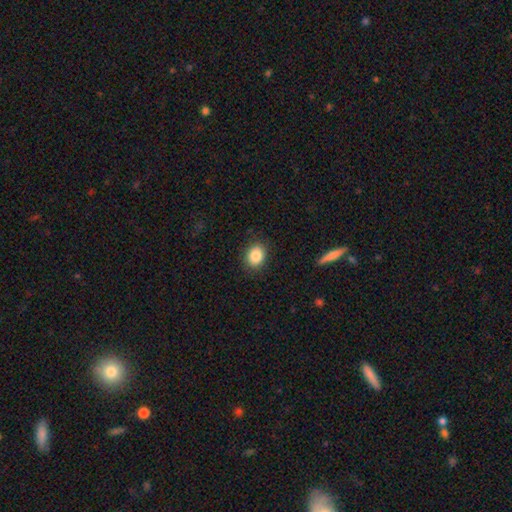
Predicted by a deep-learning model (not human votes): A smooth galaxy with no disk features (85%) that is in between round and cigar-shaped (52%).

Vote fractions:
- Smooth or featured? smooth: 85% / star or artifact: 9% / featured or disk: 6%
- How rounded? in between: 52% / round: 47% / cigar-shaped: 1%
- Merging? none: 86% / minor disturbance: 10% / major disturbance: 3% / merger: 1%